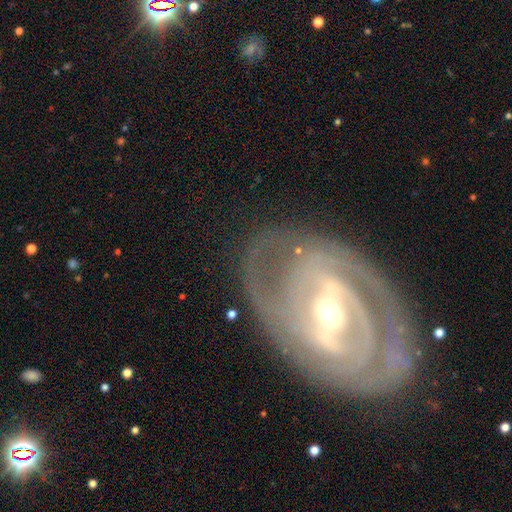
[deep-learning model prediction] This is clearly a featured or disk galaxy (86%). It is clearly not viewed edge-on (95%). Bar: possibly strong (49%). Spiral arm pattern: clearly yes (90%). Spiral arm count: marginally 2 (36%). Spiral winding: likely tight (68%). Central bulge: possibly moderate (57%). Merging: likely none (76%).